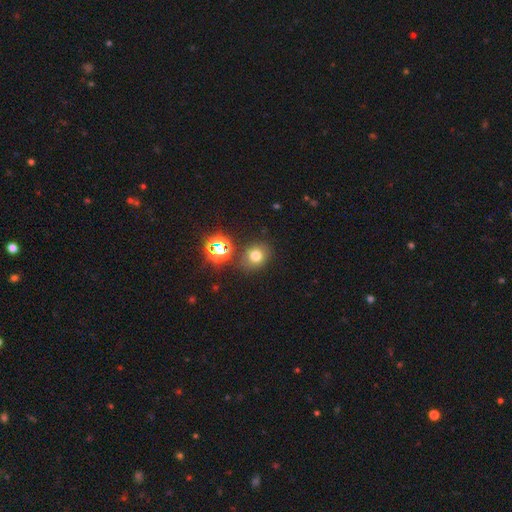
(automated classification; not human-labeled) This is likely a smooth galaxy (71%). How rounded: likely round (65%). Merging: likely none (79%).